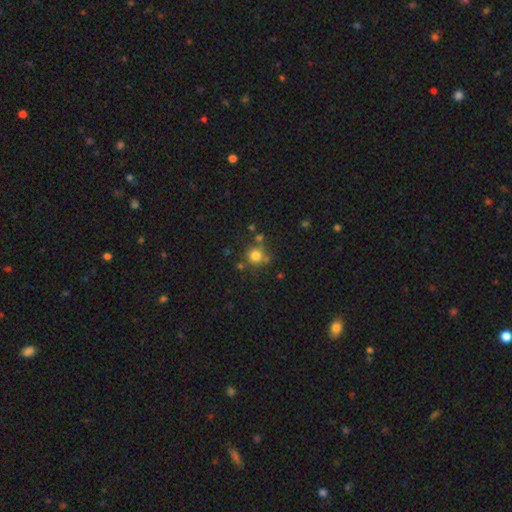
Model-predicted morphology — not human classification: The model was most divided on "merging": none: 69%, merger: 14%, minor disturbance: 12%, major disturbance: 5%. More confident: how rounded — round (91%); smooth or featured — smooth (76%).